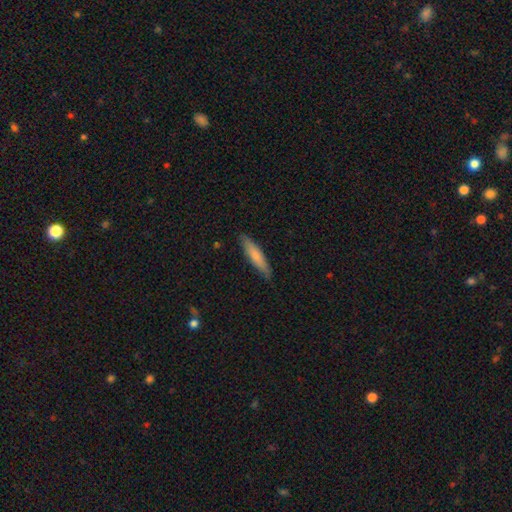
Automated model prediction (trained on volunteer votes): A smooth galaxy with no disk features (73%) that is cigar-shaped (83%). Merging: none (87%).